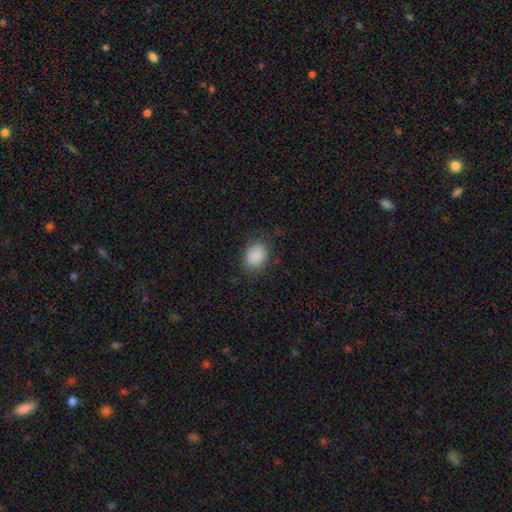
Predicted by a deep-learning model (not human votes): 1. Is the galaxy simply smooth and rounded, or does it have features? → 89% smooth, 8% star or artifact, 3% featured or disk.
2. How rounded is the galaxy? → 62% in between, 37% round, 1% cigar-shaped.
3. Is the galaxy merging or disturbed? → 82% none, 13% minor disturbance, 5% major disturbance, 1% merger.